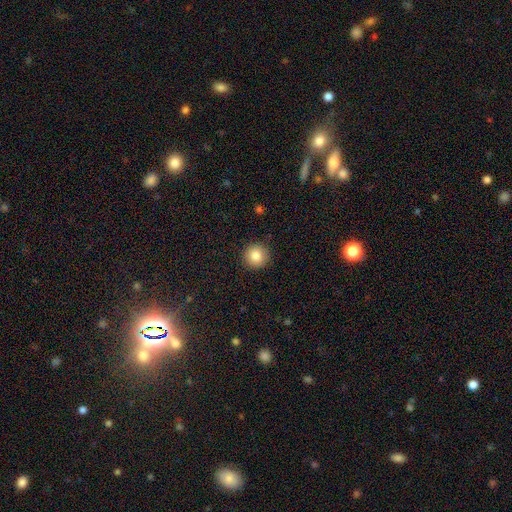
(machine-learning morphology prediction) This is clearly a smooth galaxy (84%). How rounded: clearly round (95%). Merging: clearly none (91%).